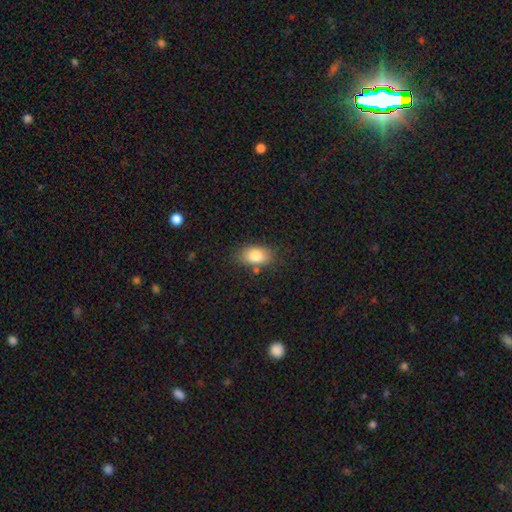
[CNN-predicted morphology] Smooth or featured: smooth — 81% (featured or disk — 10%)
How rounded: in between — 86% (round — 12%)
Merging: none — 78% (minor disturbance — 15%)